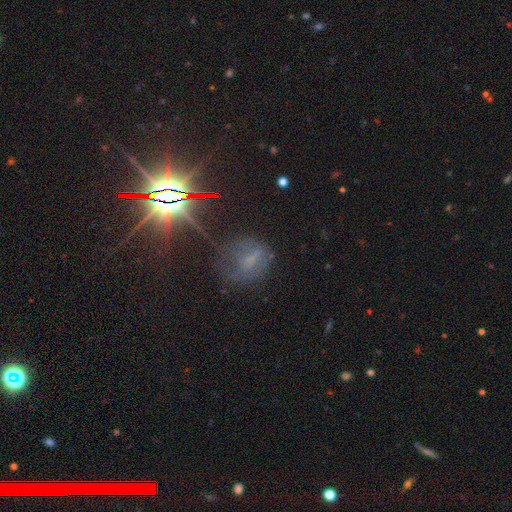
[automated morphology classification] Smooth or featured?
  - featured or disk: 35% *
  - star or artifact: 34%
  - smooth: 32%
Merging?
  - none: 46% *
  - major disturbance: 28%
  - minor disturbance: 23%
  - merger: 3%